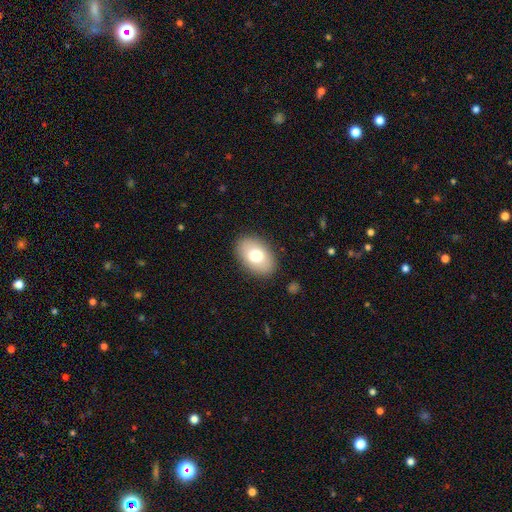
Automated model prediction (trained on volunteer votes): smooth 75%, featured or disk 18%, star or artifact 7%. Down the decision tree: how rounded — in between (87%); merging — none (88%).